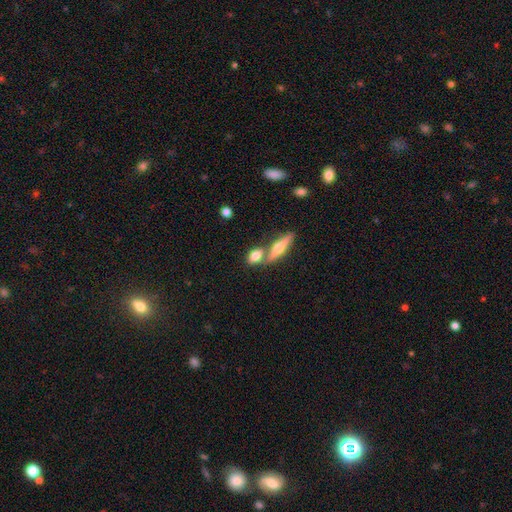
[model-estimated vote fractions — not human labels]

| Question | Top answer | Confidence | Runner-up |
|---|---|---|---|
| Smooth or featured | smooth | 70% | featured or disk (23%) |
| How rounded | in between | 68% | cigar-shaped (17%) |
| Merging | none | 48% | merger (38%) |